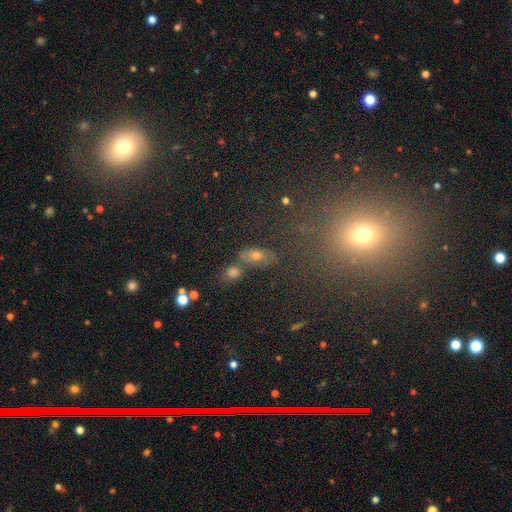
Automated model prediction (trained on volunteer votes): Smooth or featured: smooth — 59% (star or artifact — 24%)
How rounded: in between — 76% (round — 18%)
Merging: none — 52% (merger — 29%)